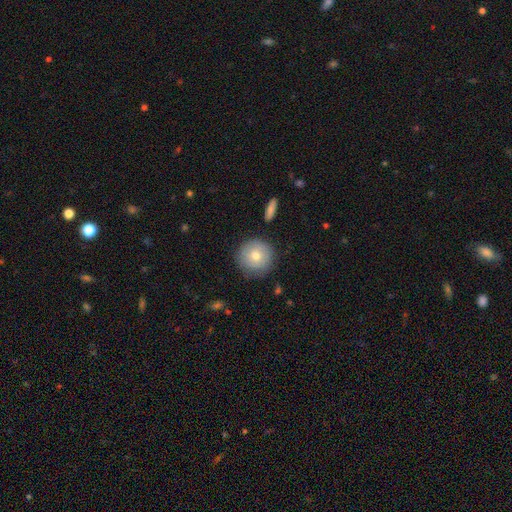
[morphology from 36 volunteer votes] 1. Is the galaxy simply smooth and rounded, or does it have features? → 86% smooth, 11% featured or disk, 3% star or artifact.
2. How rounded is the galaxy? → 97% round, 3% in between, 0% cigar-shaped.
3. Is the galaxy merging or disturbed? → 77% none, 20% minor disturbance, 3% major disturbance, 0% merger.